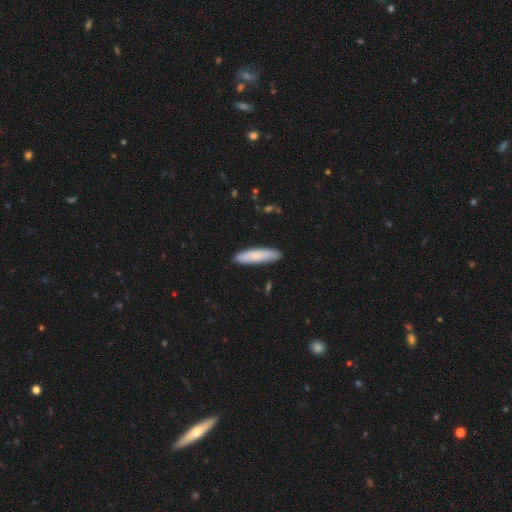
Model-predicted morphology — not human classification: Smooth or featured? Predicted: smooth (p=0.79). How rounded? Predicted: cigar-shaped (p=0.80). Merging? Predicted: none (p=0.88).